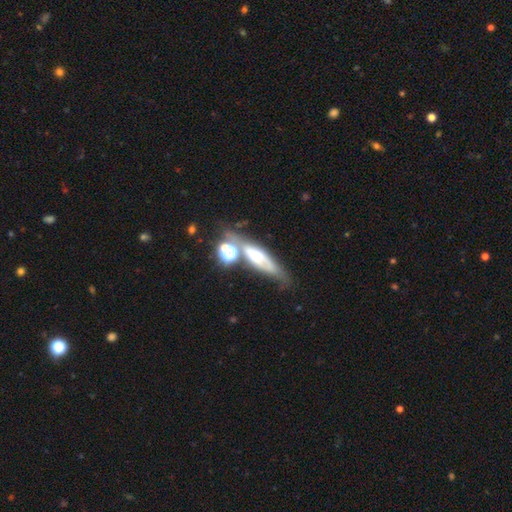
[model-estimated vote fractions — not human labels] A featured or disk galaxy (54%) viewed edge-on (61%).

Vote fractions:
- Smooth or featured? featured or disk: 54% / smooth: 30% / star or artifact: 17%
- Edge-on disk? yes: 61% / no: 39%
- Merging? none: 51% / minor disturbance: 19% / merger: 19% / major disturbance: 11%